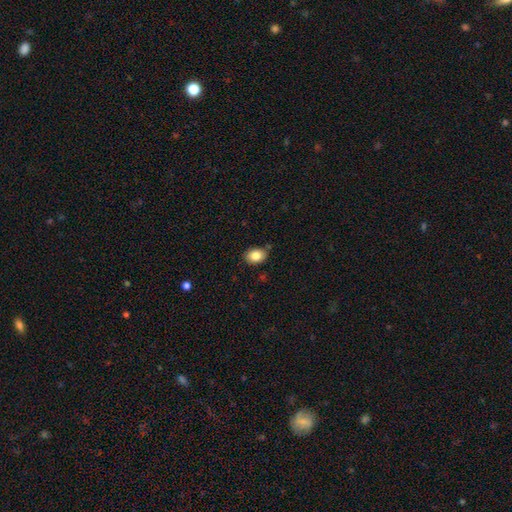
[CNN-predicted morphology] Smooth or featured? smooth (84%)
How rounded? in between (73%)
Merging? none (79%)